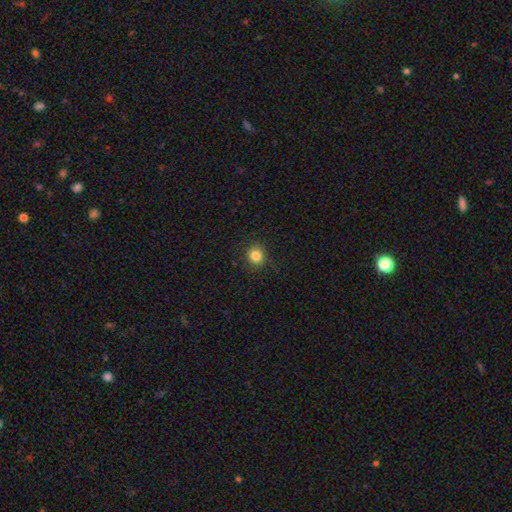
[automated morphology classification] A smooth galaxy with no disk features (84%) that is round (86%). Merging: none (88%).